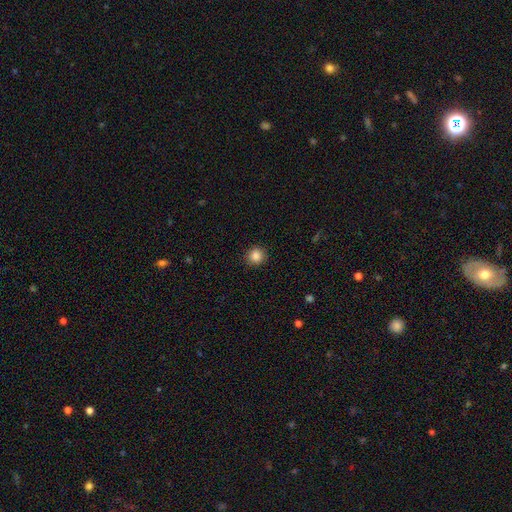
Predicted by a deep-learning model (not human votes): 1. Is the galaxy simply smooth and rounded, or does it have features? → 86% smooth, 10% star or artifact, 4% featured or disk.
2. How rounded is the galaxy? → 94% round, 5% in between, 1% cigar-shaped.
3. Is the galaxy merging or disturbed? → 92% none, 5% minor disturbance, 2% major disturbance, 1% merger.